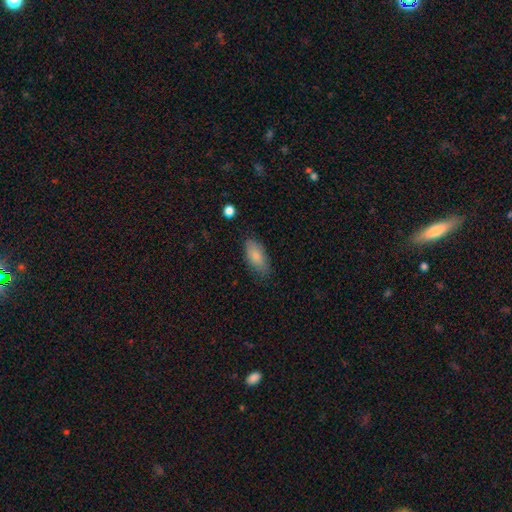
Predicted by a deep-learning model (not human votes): Smooth or featured?
  - smooth: 84% *
  - featured or disk: 9%
  - star or artifact: 7%
How rounded?
  - in between: 86% *
  - cigar-shaped: 12%
  - round: 2%
Merging?
  - none: 81% *
  - minor disturbance: 14%
  - major disturbance: 3%
  - merger: 1%